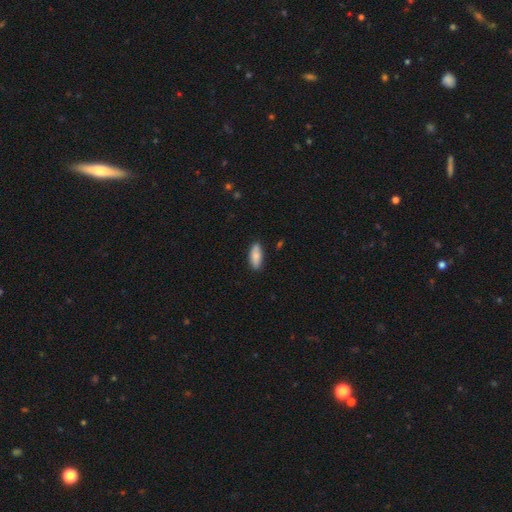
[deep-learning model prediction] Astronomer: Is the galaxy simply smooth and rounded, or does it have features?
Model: smooth — 84%.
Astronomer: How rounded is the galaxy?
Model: in between — 76%.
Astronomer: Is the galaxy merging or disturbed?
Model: none — 86%.